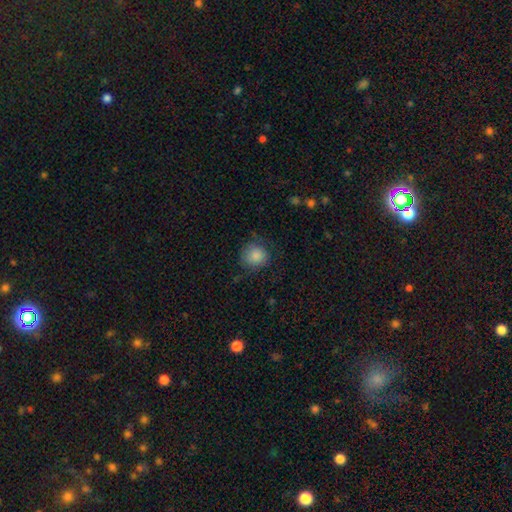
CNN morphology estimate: Q: Smooth or featured?
A: smooth (85%); runner-up: star or artifact (8%)
Q: How rounded?
A: round (86%); runner-up: in between (13%)
Q: Merging?
A: none (71%); runner-up: minor disturbance (21%)